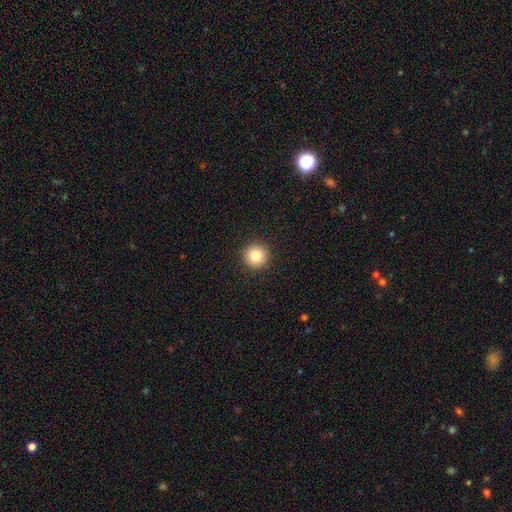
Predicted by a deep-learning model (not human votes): Smooth or featured?
  - smooth: 85% *
  - star or artifact: 10%
  - featured or disk: 5%
How rounded?
  - round: 96% *
  - in between: 3%
  - cigar-shaped: 1%
Merging?
  - none: 93% *
  - minor disturbance: 5%
  - major disturbance: 2%
  - merger: 1%